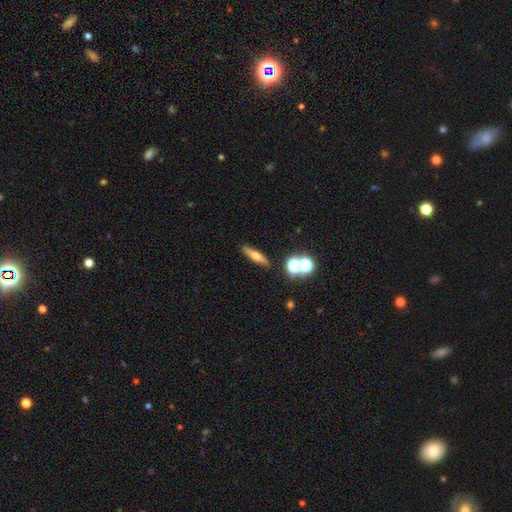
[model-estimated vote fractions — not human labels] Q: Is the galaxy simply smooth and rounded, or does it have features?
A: smooth — 45%.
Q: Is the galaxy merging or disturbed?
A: none — 87%.